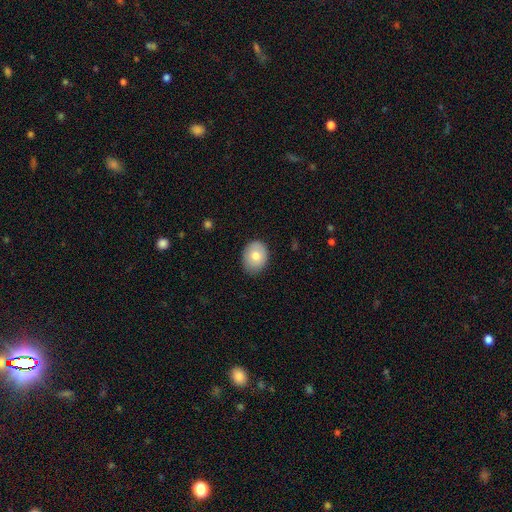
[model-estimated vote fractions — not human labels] Morphology: type=smooth (75%); roundness=in between (55%); merging=none (81%).